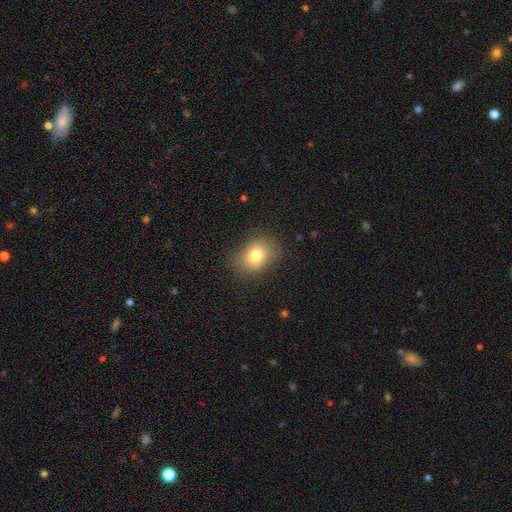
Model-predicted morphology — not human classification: This appears to be a smooth galaxy with no disk features (77%) that is in between round and cigar-shaped (58%). Merging: none (79%).